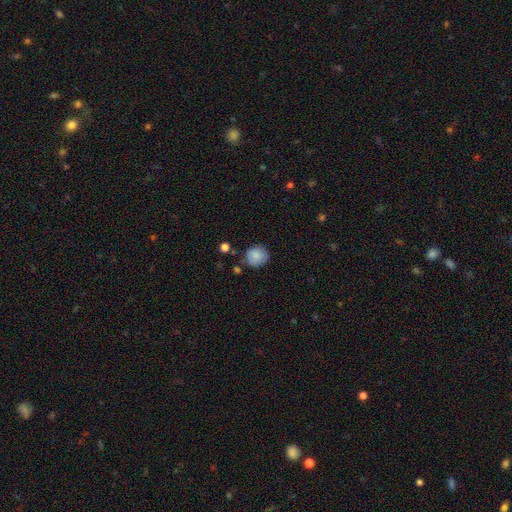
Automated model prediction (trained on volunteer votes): Smooth or featured: smooth — 84% (star or artifact — 8%)
How rounded: round — 87% (in between — 12%)
Merging: none — 76% (minor disturbance — 17%)